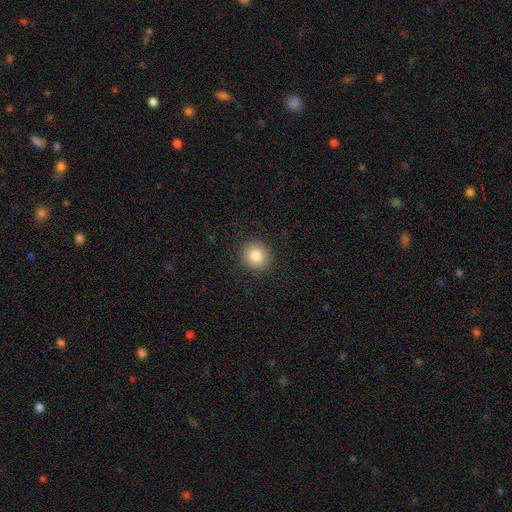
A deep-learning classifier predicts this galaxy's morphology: Smooth or featured? smooth (84%)
How rounded? round (87%)
Merging? none (90%)